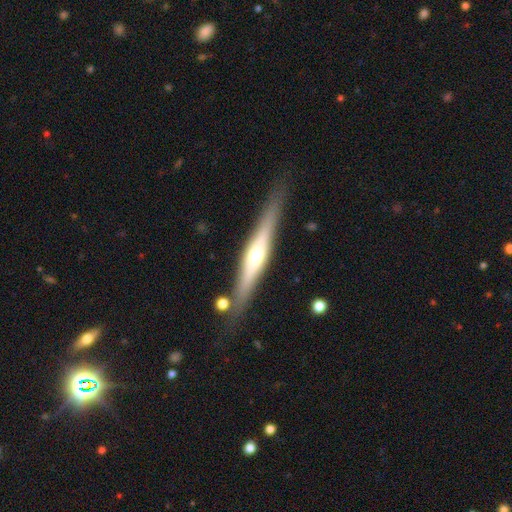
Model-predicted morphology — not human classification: smooth-or-featured: featured or disk: 68% | smooth: 27% | star or artifact: 6%
  disk-edge-on: yes: 95% | no: 5%
    edge-on-bulge: rounded: 87% | none: 7% | boxy: 6%
  merging: none: 83% | minor disturbance: 11% | merger: 3% | major disturbance: 3%